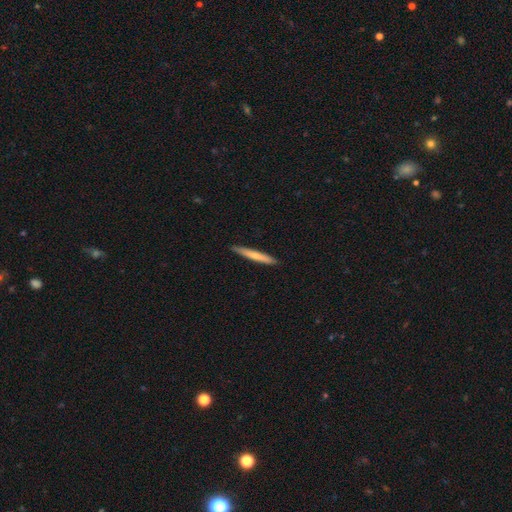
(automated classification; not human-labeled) Smooth or featured?
  - smooth: 65% *
  - featured or disk: 29%
  - star or artifact: 5%
How rounded?
  - cigar-shaped: 96% *
  - in between: 3%
  - round: 1%
Merging?
  - none: 90% *
  - minor disturbance: 8%
  - major disturbance: 1%
  - merger: 1%